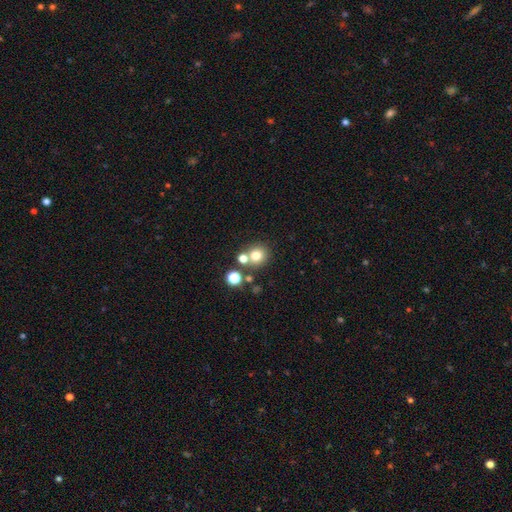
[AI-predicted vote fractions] Smooth or featured: smooth — 74% (star or artifact — 15%)
How rounded: round — 88% (in between — 11%)
Merging: none — 63% (merger — 25%)